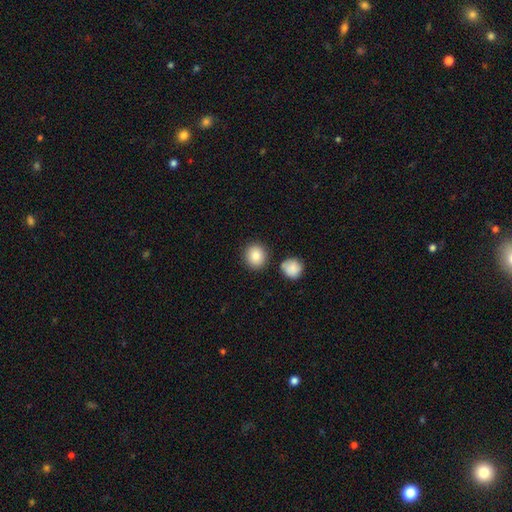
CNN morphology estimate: This appears to be a smooth galaxy with no disk features (86%) that is round (85%). Merging: none (84%).